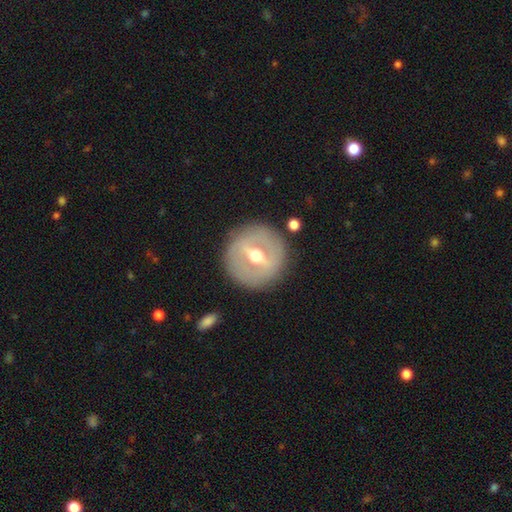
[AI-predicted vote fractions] This appears to be a featured or disk galaxy (70%) with a strong bar (55%), no spiral arms (73%) and a moderate central bulge (78%). Merging: none (86%).